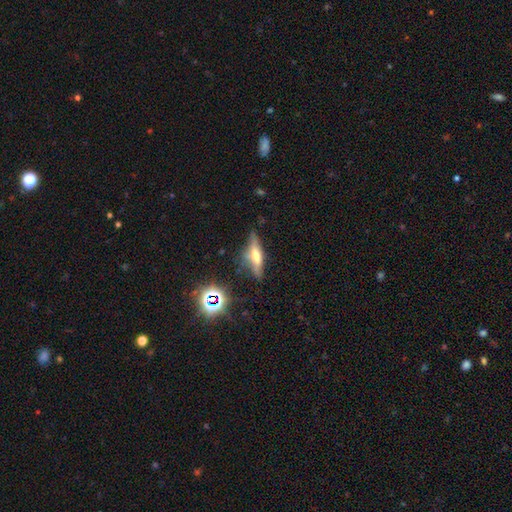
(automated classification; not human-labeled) featured or disk 50%, smooth 36%, star or artifact 14%. Down the decision tree: merging — none (66%).